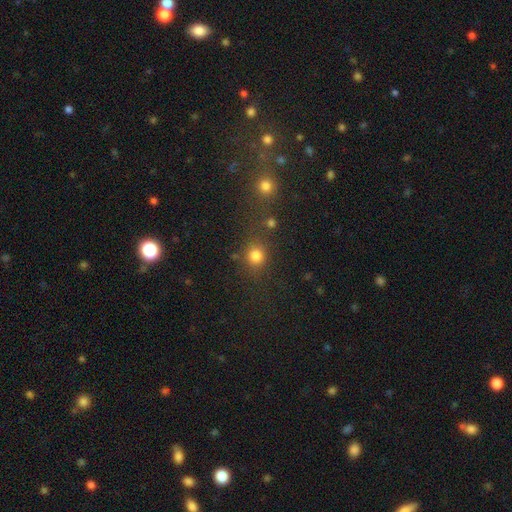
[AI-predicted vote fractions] Smooth or featured?
  - smooth: 80% *
  - star or artifact: 14%
  - featured or disk: 5%
How rounded?
  - round: 85% *
  - in between: 14%
  - cigar-shaped: 1%
Merging?
  - none: 71% *
  - merger: 12%
  - minor disturbance: 11%
  - major disturbance: 6%